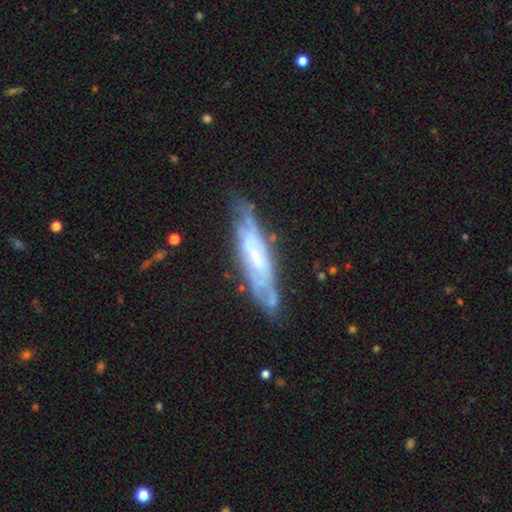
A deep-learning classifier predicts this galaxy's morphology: Smooth or featured?
  - featured or disk: 74% *
  - smooth: 20%
  - star or artifact: 7%
Edge-on disk?
  - no: 58% *
  - yes: 42%
Merging?
  - none: 69% *
  - minor disturbance: 22%
  - major disturbance: 7%
  - merger: 3%